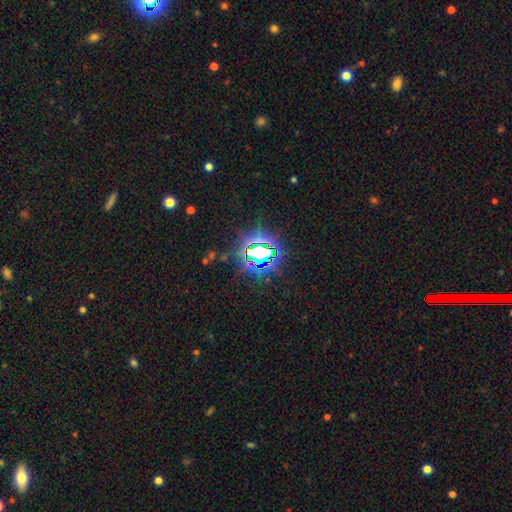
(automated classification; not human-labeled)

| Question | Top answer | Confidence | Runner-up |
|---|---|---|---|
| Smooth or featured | star or artifact | 77% | smooth (13%) |